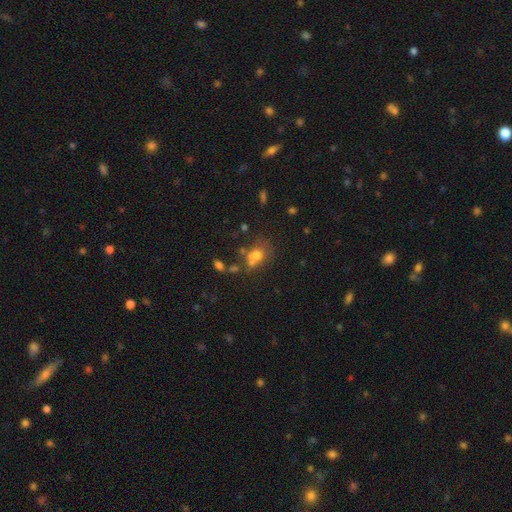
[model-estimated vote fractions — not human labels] A smooth galaxy with no disk features (62%) that is round (64%).

Vote fractions:
- Smooth or featured? smooth: 62% / star or artifact: 19% / featured or disk: 18%
- How rounded? round: 64% / in between: 35% / cigar-shaped: 1%
- Merging? none: 43% / merger: 33% / minor disturbance: 15% / major disturbance: 9%